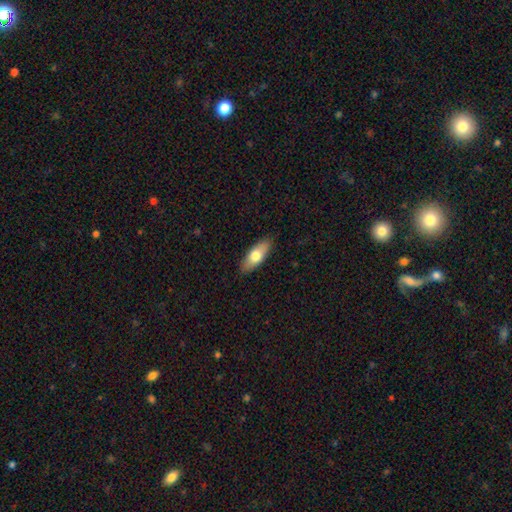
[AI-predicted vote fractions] Morphology: type=smooth (71%); roundness=in between (73%); merging=none (88%).